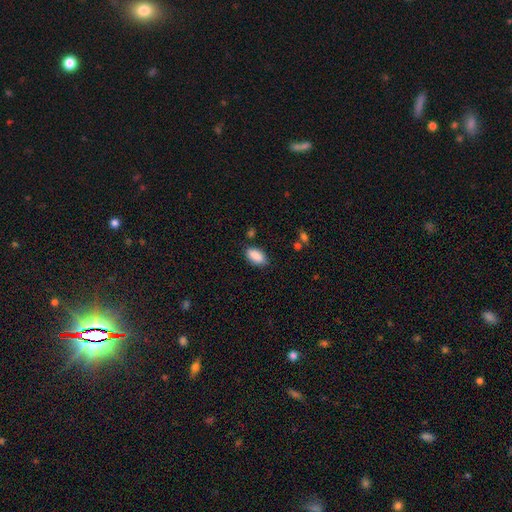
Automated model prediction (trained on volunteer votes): Smooth or featured?
  - smooth: 89% *
  - star or artifact: 7%
  - featured or disk: 5%
How rounded?
  - in between: 93% *
  - cigar-shaped: 4%
  - round: 3%
Merging?
  - none: 80% *
  - minor disturbance: 14%
  - major disturbance: 3%
  - merger: 2%